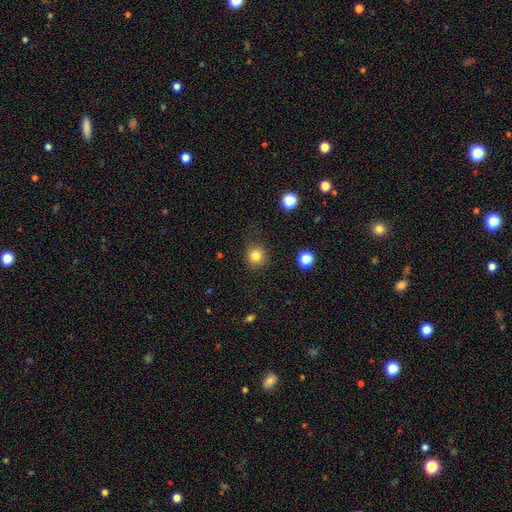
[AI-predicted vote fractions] smooth 82%, star or artifact 12%, featured or disk 6%. Down the decision tree: how rounded — round (91%); merging — none (87%).